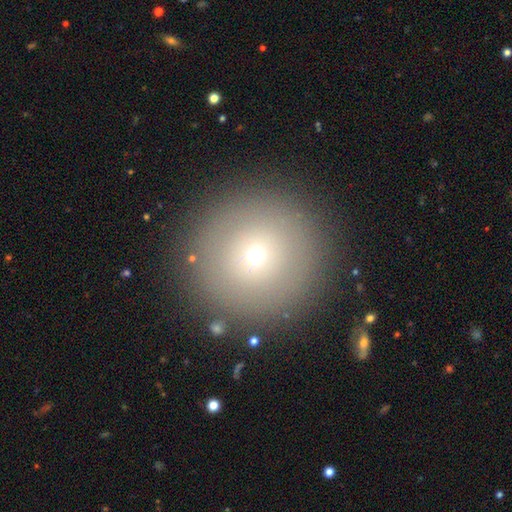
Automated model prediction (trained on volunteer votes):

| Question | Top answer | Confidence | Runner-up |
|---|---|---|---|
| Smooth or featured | smooth | 68% | star or artifact (17%) |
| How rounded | round | 96% | in between (3%) |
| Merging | none | 90% | minor disturbance (6%) |